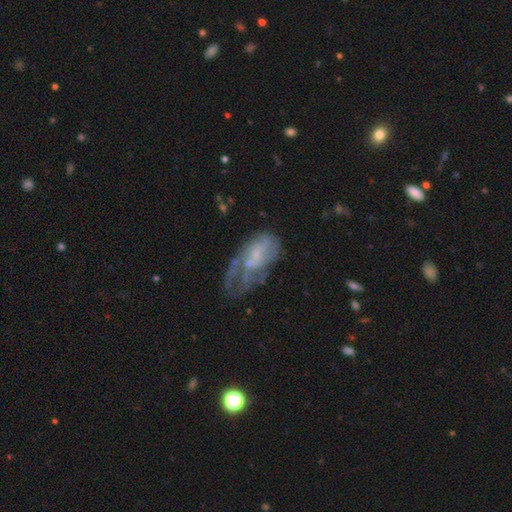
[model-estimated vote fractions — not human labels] This is likely a featured or disk galaxy (60%). It is clearly not viewed edge-on (94%). Bar: likely no (69%). Spiral arm pattern: possibly yes (51%). Central bulge: possibly small (52%). Merging: marginally major disturbance (39%).